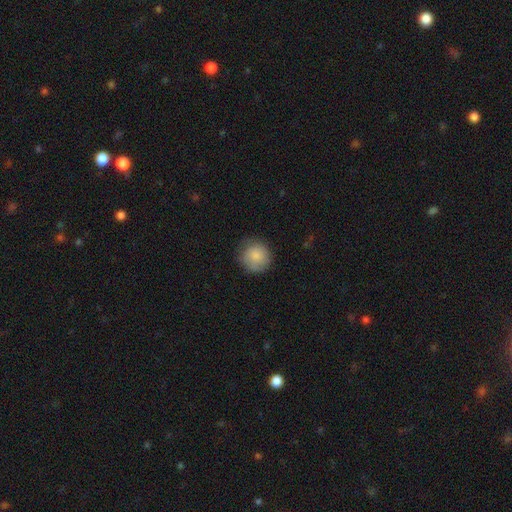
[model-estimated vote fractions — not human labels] Overall: smooth (84%). How rounded: round (92%). Merging: none (73%).